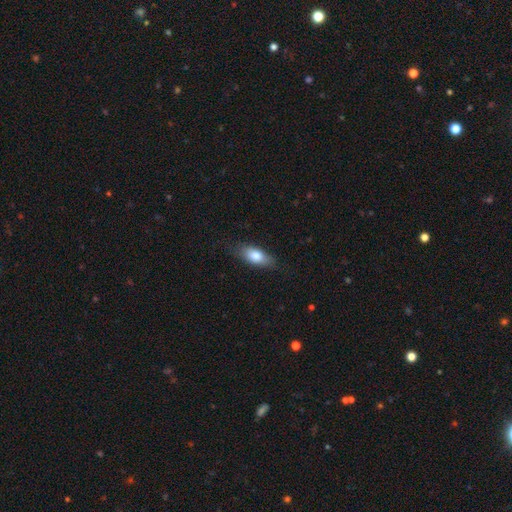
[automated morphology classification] A smooth galaxy with no disk features (78%) that is in between round and cigar-shaped (80%). Merging: none (76%).